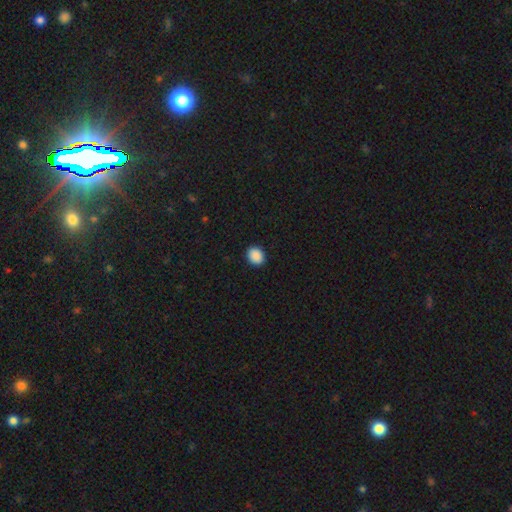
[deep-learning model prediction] Smooth or featured? smooth (90%)
How rounded? round (57%)
Merging? none (91%)